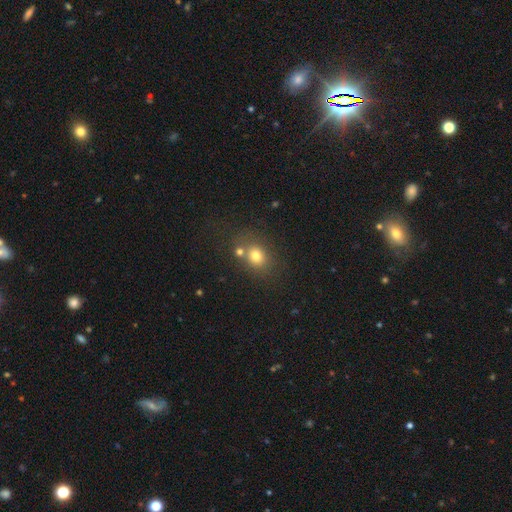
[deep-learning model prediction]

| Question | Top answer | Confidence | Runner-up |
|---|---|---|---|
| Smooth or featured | smooth | 75% | star or artifact (15%) |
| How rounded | round | 62% | in between (37%) |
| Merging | none | 60% | merger (24%) |